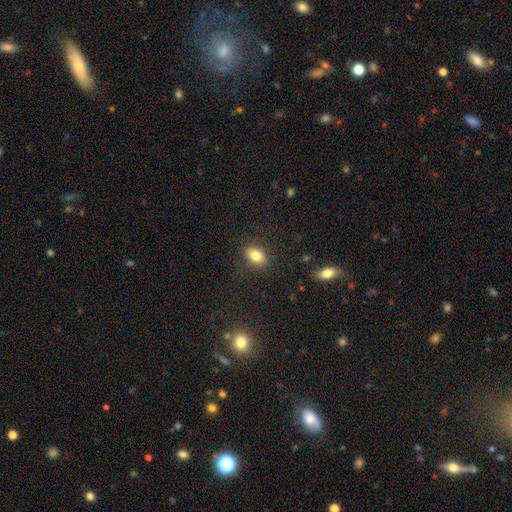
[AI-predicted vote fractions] smooth-or-featured: smooth: 81% | star or artifact: 10% | featured or disk: 9%
  how-rounded: in between: 81% | round: 17% | cigar-shaped: 2%
  merging: none: 86% | minor disturbance: 10% | major disturbance: 3% | merger: 1%